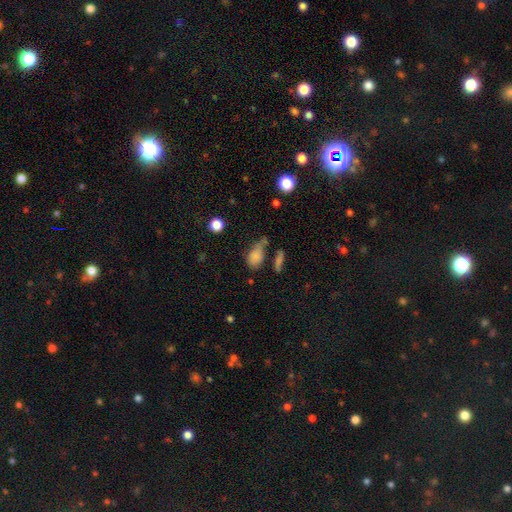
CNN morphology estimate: Smooth or featured? Predicted: smooth (p=0.78). How rounded? Predicted: in between (p=0.79). Merging? Predicted: none (p=0.36).